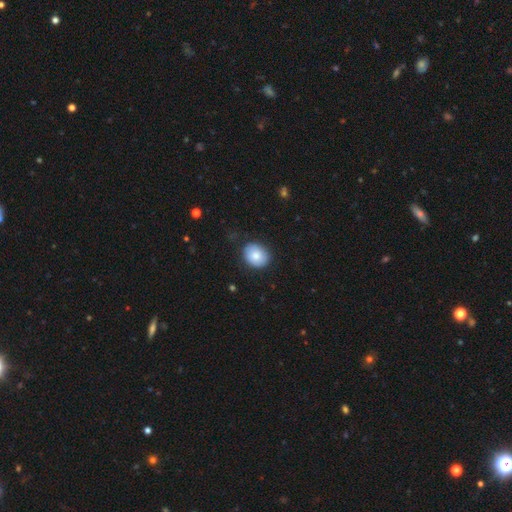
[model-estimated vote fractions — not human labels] Smooth or featured? Predicted: smooth (p=0.82). How rounded? Predicted: round (p=0.65). Merging? Predicted: none (p=0.83).